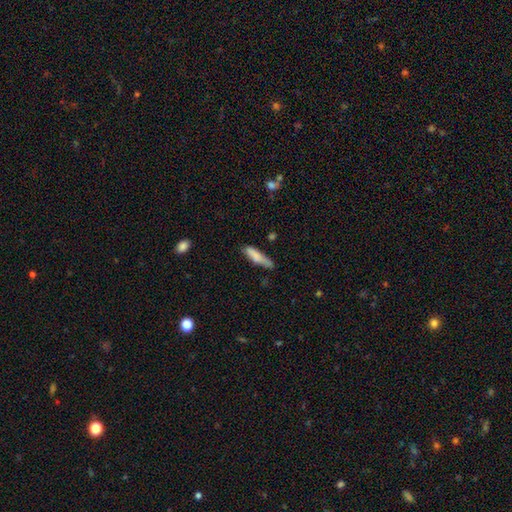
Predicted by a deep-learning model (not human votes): A smooth galaxy with no disk features (78%) that is cigar-shaped (77%).

Vote fractions:
- Smooth or featured? smooth: 78% / featured or disk: 16% / star or artifact: 7%
- How rounded? cigar-shaped: 77% / in between: 21% / round: 2%
- Merging? none: 57% / minor disturbance: 30% / major disturbance: 8% / merger: 5%